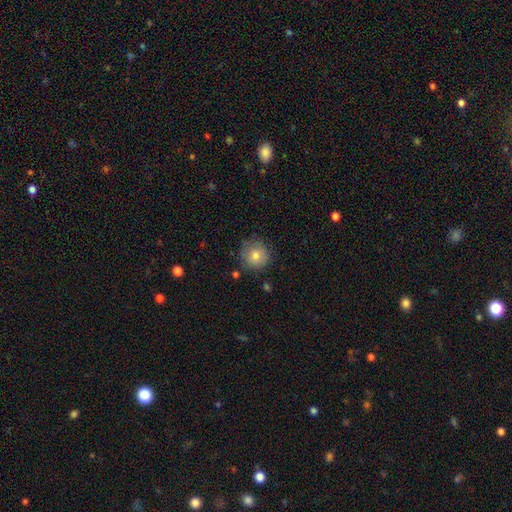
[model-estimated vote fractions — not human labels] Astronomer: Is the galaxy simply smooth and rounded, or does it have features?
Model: smooth — 77%.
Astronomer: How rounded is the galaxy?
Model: round — 93%.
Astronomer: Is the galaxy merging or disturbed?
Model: none — 79%.